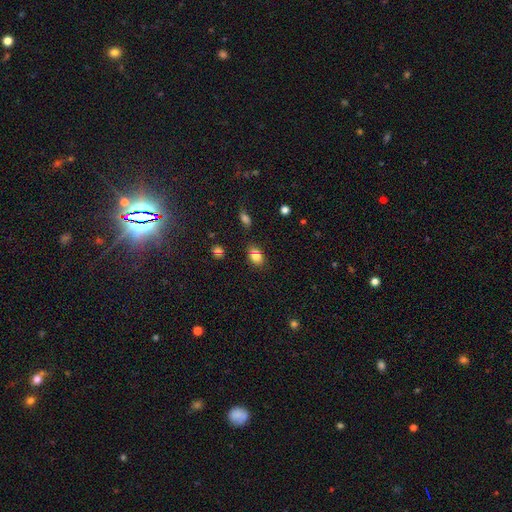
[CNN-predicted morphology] Smooth or featured: smooth — 82% (star or artifact — 10%)
How rounded: in between — 79% (round — 19%)
Merging: none — 72% (minor disturbance — 18%)